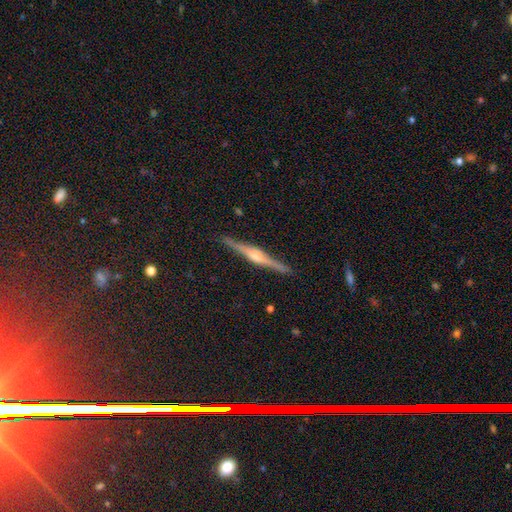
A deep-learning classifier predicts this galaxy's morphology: featured or disk 81%, smooth 14%, star or artifact 6%. Down the decision tree: edge-on disk — yes (98%); edge-on bulge — rounded (77%); merging — none (90%).